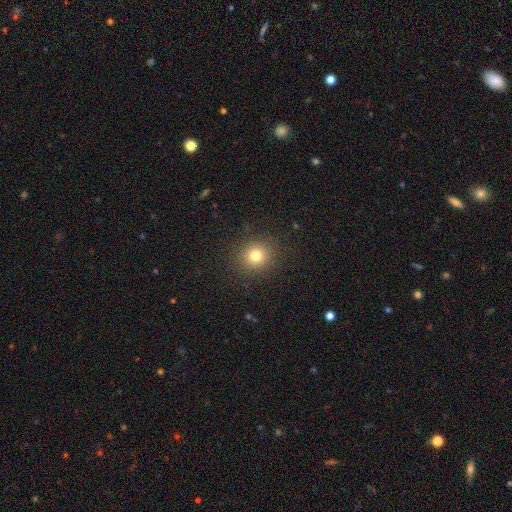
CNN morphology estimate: type=smooth (78%); roundness=round (84%); merging=none (89%).